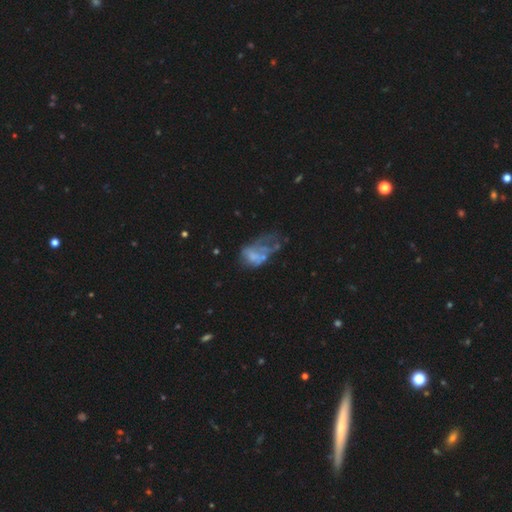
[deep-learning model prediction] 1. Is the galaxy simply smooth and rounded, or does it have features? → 51% featured or disk, 36% smooth, 13% star or artifact.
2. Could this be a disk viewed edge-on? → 97% no, 3% yes.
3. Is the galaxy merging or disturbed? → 47% major disturbance, 19% merger, 17% minor disturbance, 17% none.